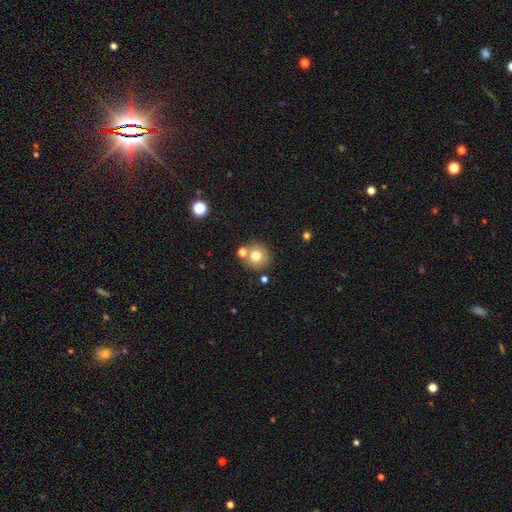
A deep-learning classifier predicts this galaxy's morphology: smooth-or-featured: smooth: 72% | featured or disk: 15% | star or artifact: 13%
  how-rounded: round: 90% | in between: 9% | cigar-shaped: 1%
  merging: none: 73% | merger: 14% | minor disturbance: 9% | major disturbance: 3%